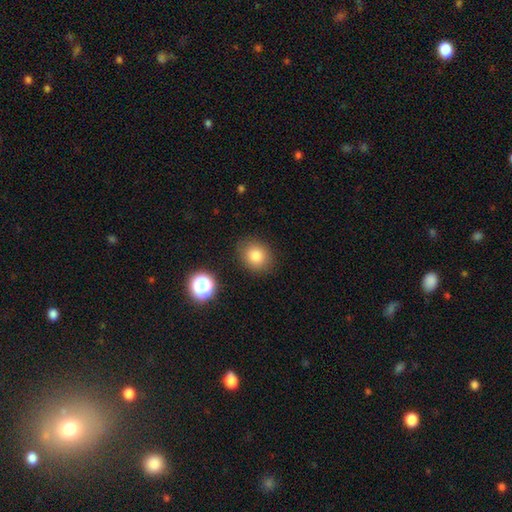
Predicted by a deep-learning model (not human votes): Overall: smooth (82%). How rounded: round (65%; in between 34%). Merging: none (85%).